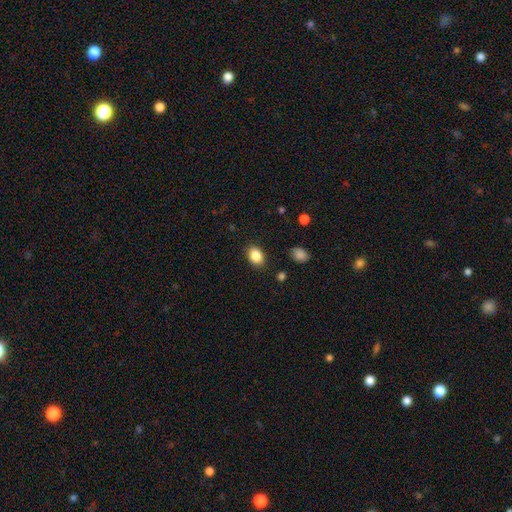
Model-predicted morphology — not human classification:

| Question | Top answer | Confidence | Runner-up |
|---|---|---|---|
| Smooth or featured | smooth | 86% | star or artifact (9%) |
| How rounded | in between | 74% | round (25%) |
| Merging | none | 87% | minor disturbance (9%) |